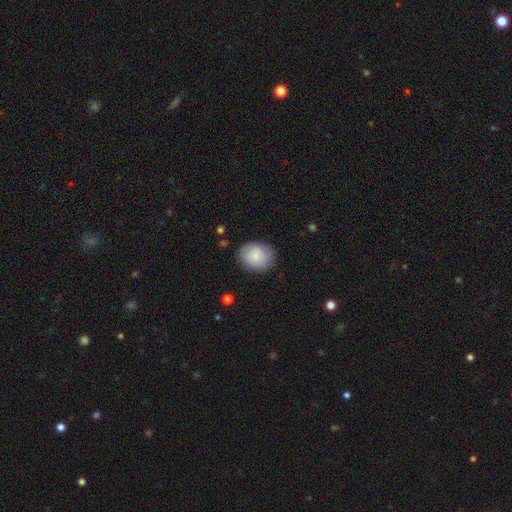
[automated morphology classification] Smooth or featured? smooth (82%)
How rounded? round (59%)
Merging? none (79%)